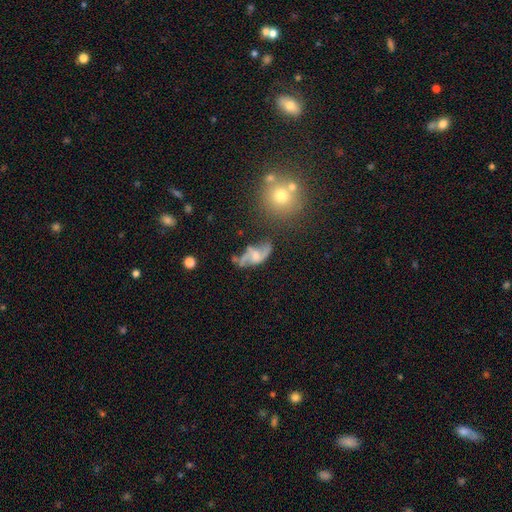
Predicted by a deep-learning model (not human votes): smooth-or-featured: featured or disk: 77% | smooth: 15% | star or artifact: 8%
  disk-edge-on: no: 96% | yes: 4%
    bar: no: 49% | weak: 41% | strong: 10%
    has-spiral-arms: yes: 90% | no: 10%
      spiral-winding: loose: 73% | medium: 21% | tight: 6%
      spiral-arm-count: 2: 90% | can't tell: 4% | 1: 2% | 3: 2% | 4: 1% | more than 4: 1%
    bulge-size: small: 44% | moderate: 38% | none: 13% | large: 4% | dominant: 1%
  merging: none: 51% | minor disturbance: 22% | major disturbance: 17% | merger: 10%